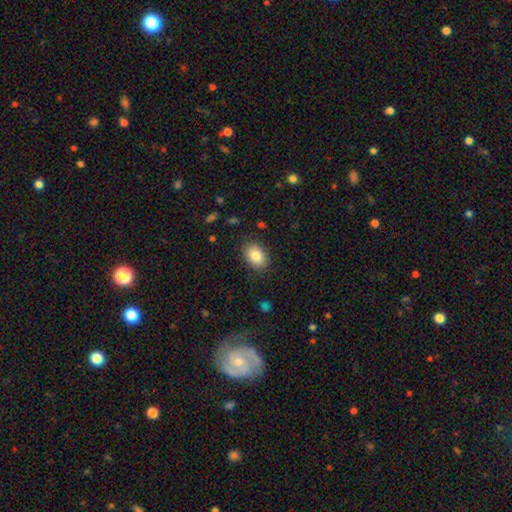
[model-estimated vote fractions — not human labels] Overall: smooth (83%). How rounded: in between (77%). Merging: none (86%).